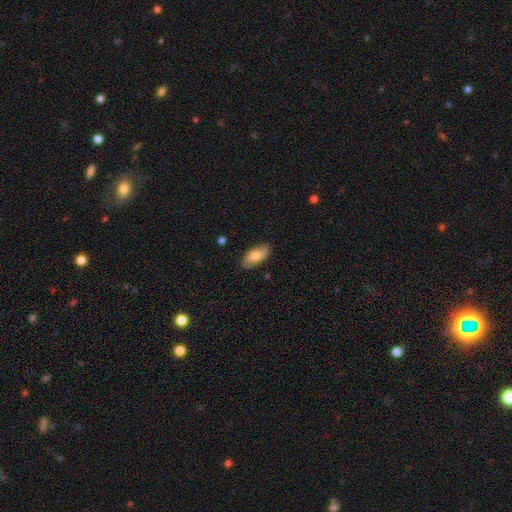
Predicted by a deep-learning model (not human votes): Morphology: type=smooth (78%); roundness=in between (91%); merging=none (81%).